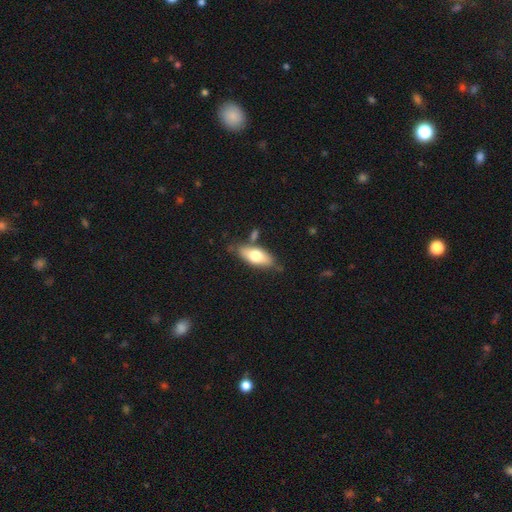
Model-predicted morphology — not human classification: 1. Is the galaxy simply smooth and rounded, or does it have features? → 67% smooth, 27% featured or disk, 6% star or artifact.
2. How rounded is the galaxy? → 78% in between, 19% cigar-shaped, 3% round.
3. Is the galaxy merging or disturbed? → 71% none, 18% minor disturbance, 7% merger, 4% major disturbance.